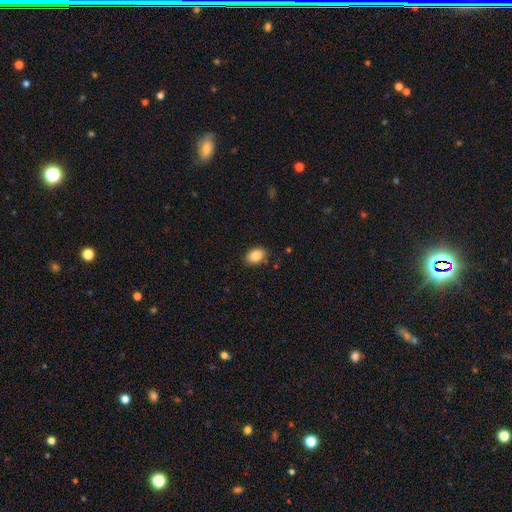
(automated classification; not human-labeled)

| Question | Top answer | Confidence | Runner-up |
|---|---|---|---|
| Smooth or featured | smooth | 87% | star or artifact (8%) |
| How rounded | in between | 79% | round (20%) |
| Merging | none | 85% | minor disturbance (12%) |